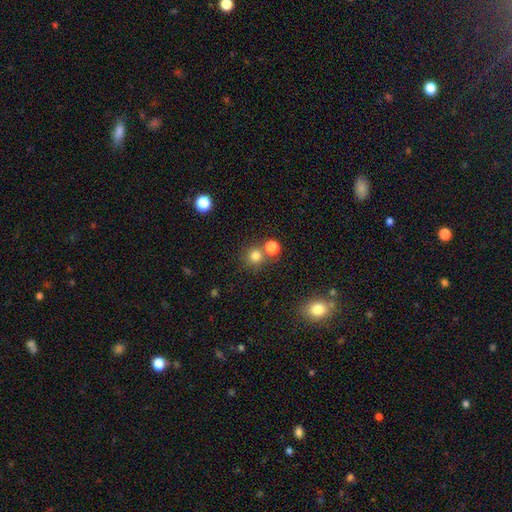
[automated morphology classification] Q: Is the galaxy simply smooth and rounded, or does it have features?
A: smooth — 79%.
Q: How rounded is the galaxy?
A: round — 91%.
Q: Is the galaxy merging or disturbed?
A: none — 69%.